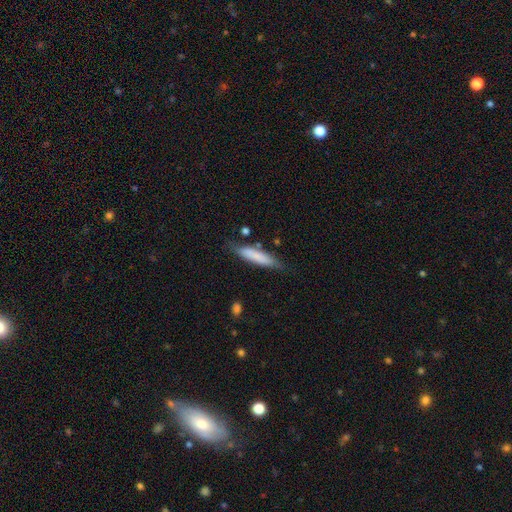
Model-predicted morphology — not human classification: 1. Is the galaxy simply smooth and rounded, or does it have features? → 75% smooth, 18% featured or disk, 6% star or artifact.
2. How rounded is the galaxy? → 83% cigar-shaped, 16% in between, 1% round.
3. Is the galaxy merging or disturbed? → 72% none, 19% minor disturbance, 5% merger, 4% major disturbance.